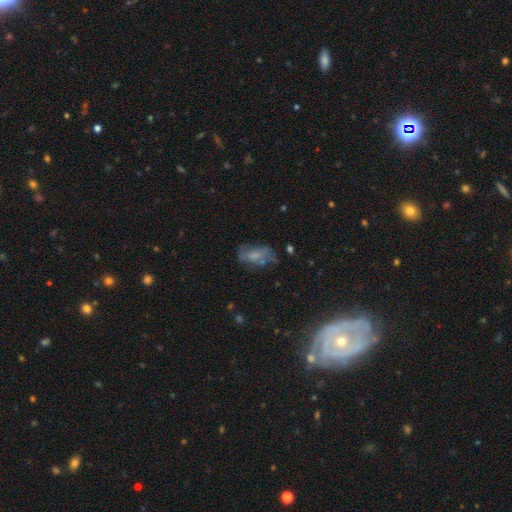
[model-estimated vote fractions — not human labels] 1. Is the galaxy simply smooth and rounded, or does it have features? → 48% smooth, 40% featured or disk, 12% star or artifact.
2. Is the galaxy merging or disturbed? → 44% none, 26% minor disturbance, 24% major disturbance, 6% merger.